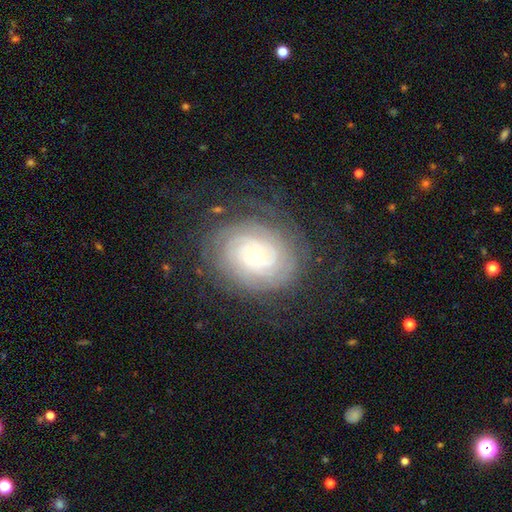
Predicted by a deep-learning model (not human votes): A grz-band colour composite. It shows a featured or disk galaxy (83%) with no bar (79%), tight (84%) spiral arms (96%) and a small central bulge (67%). Merging: none (75%).